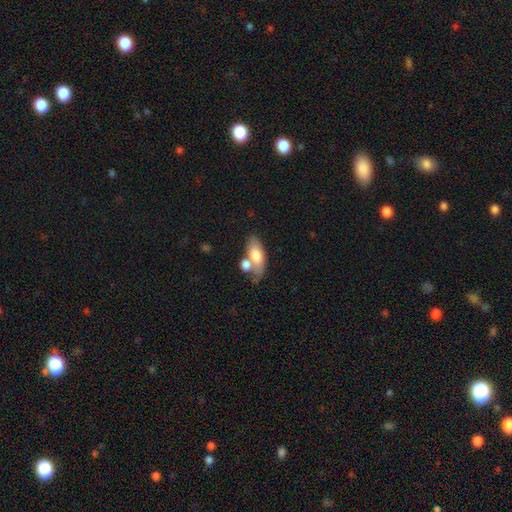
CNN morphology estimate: This is likely a smooth galaxy (70%). How rounded: clearly in between (84%). Merging: marginally none (44%).